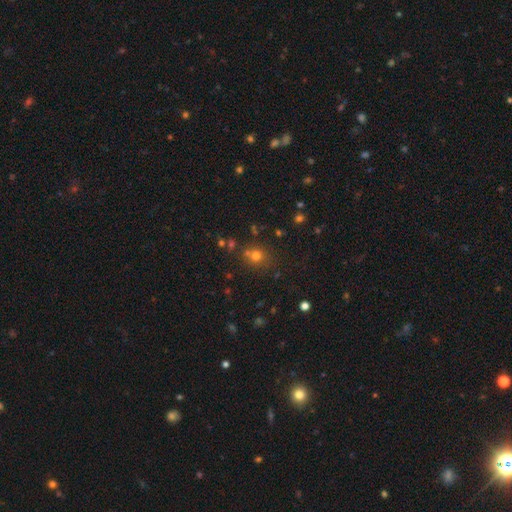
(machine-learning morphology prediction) This is likely a smooth galaxy (68%). How rounded: clearly round (84%). Merging: likely none (71%).